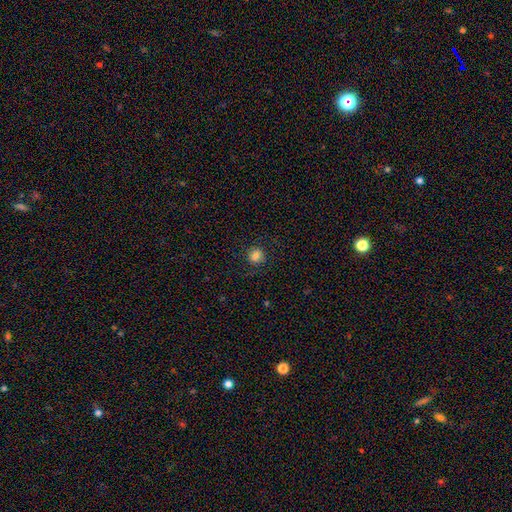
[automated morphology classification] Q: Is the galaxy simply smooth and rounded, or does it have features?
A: smooth — 81%.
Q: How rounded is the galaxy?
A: round — 90%.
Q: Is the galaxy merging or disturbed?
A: none — 88%.